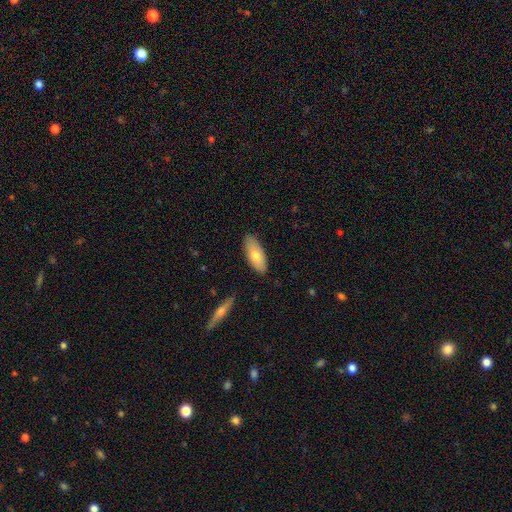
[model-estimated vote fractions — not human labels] This is likely a smooth galaxy (71%). How rounded: clearly in between (80%). Merging: clearly none (86%).